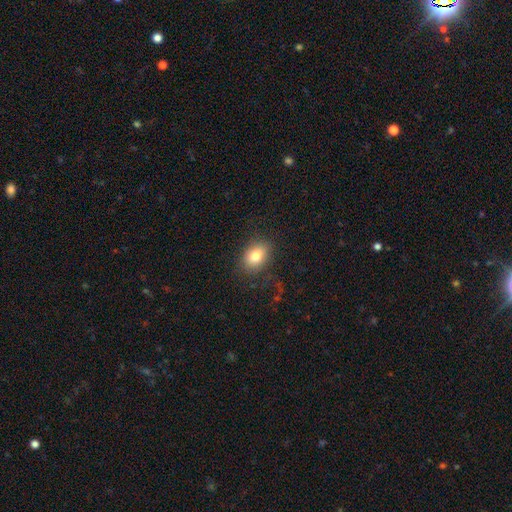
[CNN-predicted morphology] type=smooth (80%); roundness=in between (75%); merging=none (81%).